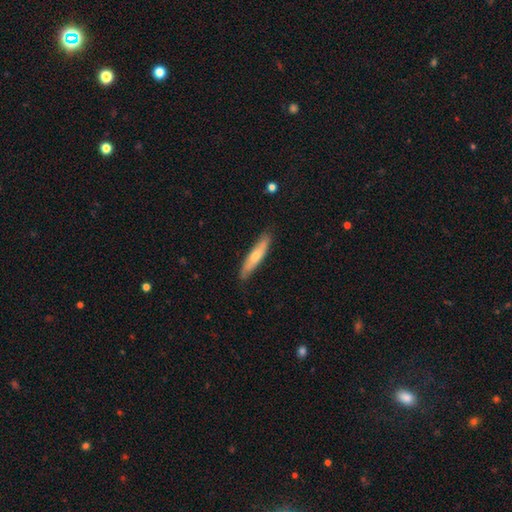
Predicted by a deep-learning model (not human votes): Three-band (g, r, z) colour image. It shows a smooth galaxy with no disk features (62%) that is cigar-shaped (85%). Merging: none (83%).